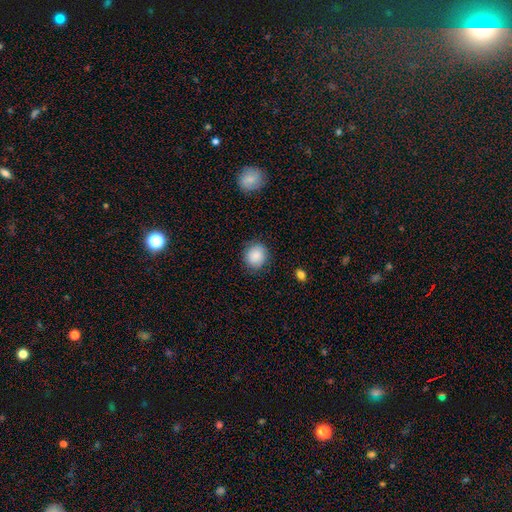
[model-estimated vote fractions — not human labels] This is clearly a smooth galaxy (87%). How rounded: clearly round (81%). Merging: clearly none (86%).